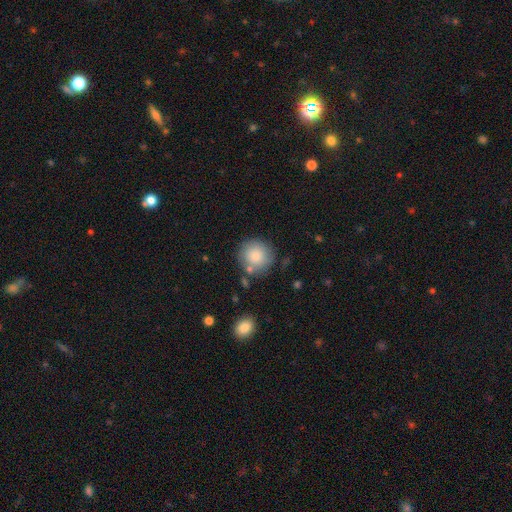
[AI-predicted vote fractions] smooth-or-featured: smooth: 84% | featured or disk: 9% | star or artifact: 7%
  how-rounded: round: 93% | in between: 6% | cigar-shaped: 1%
  merging: none: 77% | minor disturbance: 13% | merger: 7% | major disturbance: 4%